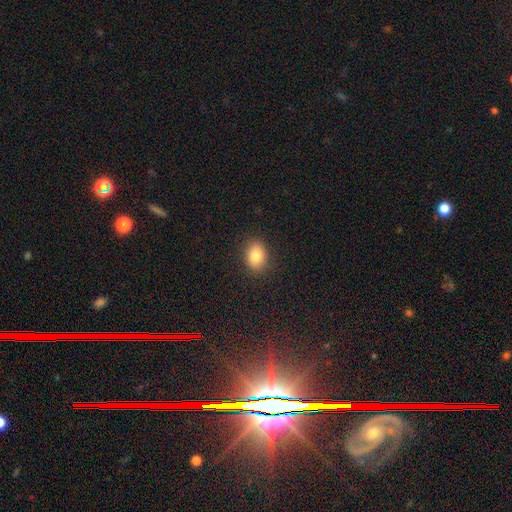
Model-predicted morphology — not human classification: The model was most divided on "how rounded": in between: 70%, round: 29%, cigar-shaped: 1%. More confident: merging — none (88%); smooth or featured — smooth (84%).